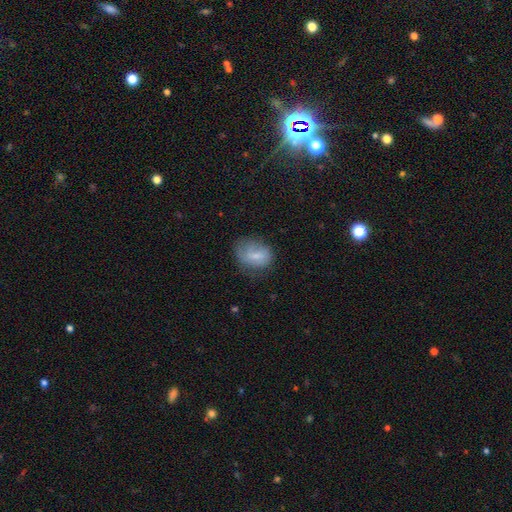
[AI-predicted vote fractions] The model was most divided on "merging": none: 52%, minor disturbance: 30%, major disturbance: 16%, merger: 2%. More confident: how rounded — in between (67%); smooth or featured — smooth (63%).